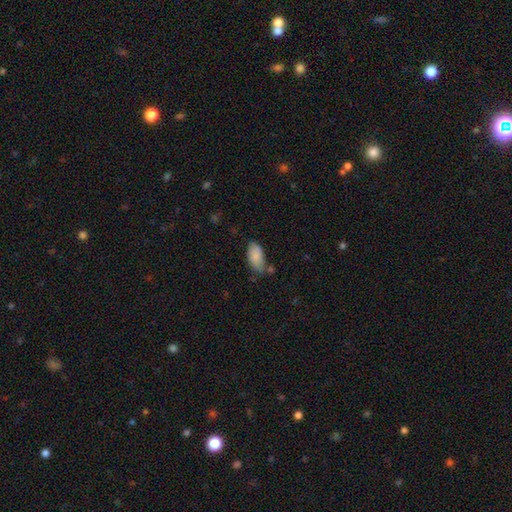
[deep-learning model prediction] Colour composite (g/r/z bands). It shows a smooth galaxy with no disk features (86%) that is in between round and cigar-shaped (94%). Merging: none (59%).